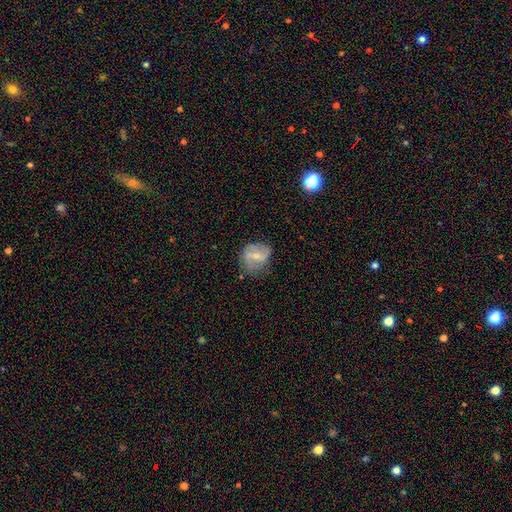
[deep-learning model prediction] A featured or disk galaxy (58%) with a weak bar (49%), spiral arms (76%) and a small central bulge (57%).

Vote fractions:
- Smooth or featured? featured or disk: 58% / smooth: 35% / star or artifact: 8%
- Edge-on disk? no: 97% / yes: 3%
- Bar? weak: 49% / strong: 28% / no: 23%
- Spiral arms? yes: 76% / no: 24%
- Bulge size? small: 57% / moderate: 36% / none: 5% / large: 2% / dominant: 1%
- Merging? none: 61% / minor disturbance: 26% / major disturbance: 11% / merger: 2%